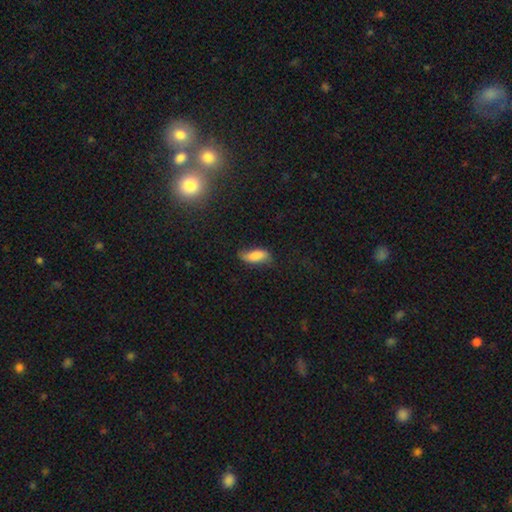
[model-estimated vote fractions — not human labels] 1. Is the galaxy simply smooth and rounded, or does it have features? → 79% smooth, 14% featured or disk, 7% star or artifact.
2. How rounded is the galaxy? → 73% in between, 24% cigar-shaped, 2% round.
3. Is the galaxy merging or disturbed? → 66% none, 26% minor disturbance, 7% major disturbance, 2% merger.